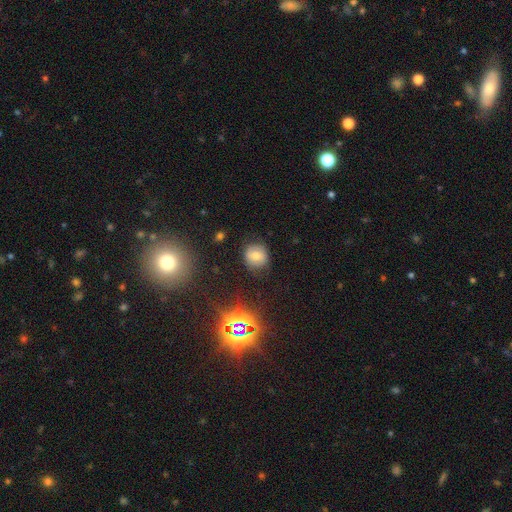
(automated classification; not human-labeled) A smooth galaxy with no disk features (65%) that is round (85%). Merging: none (82%).